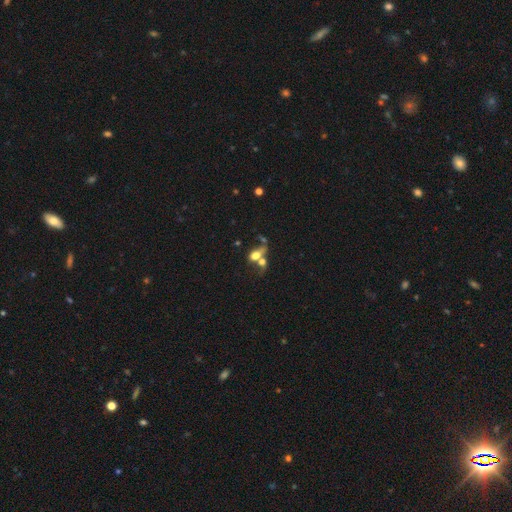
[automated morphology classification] smooth 60%, featured or disk 27%, star or artifact 13%. Down the decision tree: how rounded — in between (66%); merging — merger (59%).